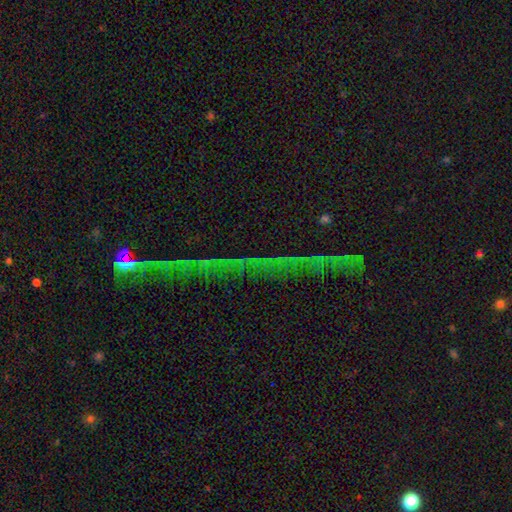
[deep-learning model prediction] A star or artifact, not a galaxy (75%).